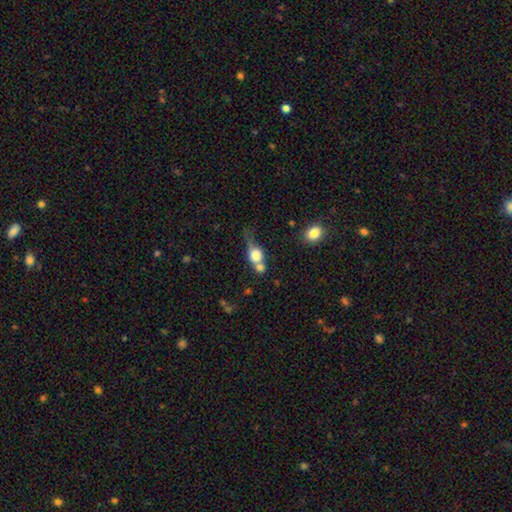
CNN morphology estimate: Overall: smooth (71%). How rounded: round (59%; in between 36%). Merging: merger (47%; none 23%).